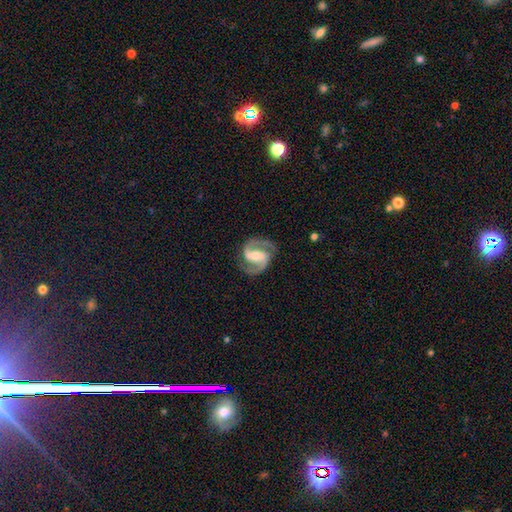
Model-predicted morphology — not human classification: Smooth or featured? featured or disk (92%)
Edge-on disk? no (98%)
Bar? strong (49%)
Spiral arms? yes (98%)
Spiral winding? medium (61%)
Spiral arm count? 2 (94%)
Bulge size? moderate (54%)
Merging? none (83%)